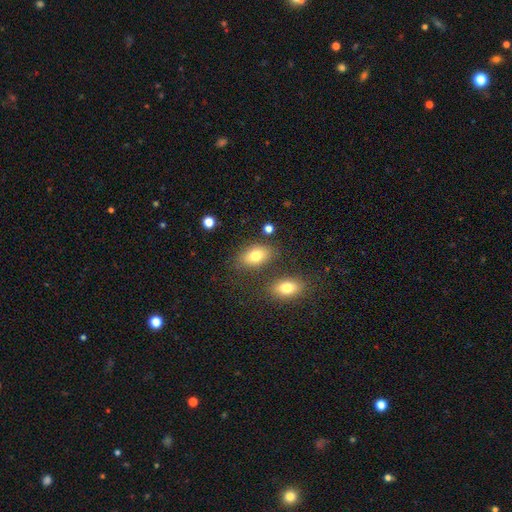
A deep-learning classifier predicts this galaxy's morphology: smooth 78%, featured or disk 12%, star or artifact 10%. Down the decision tree: how rounded — in between (87%); merging — none (73%).